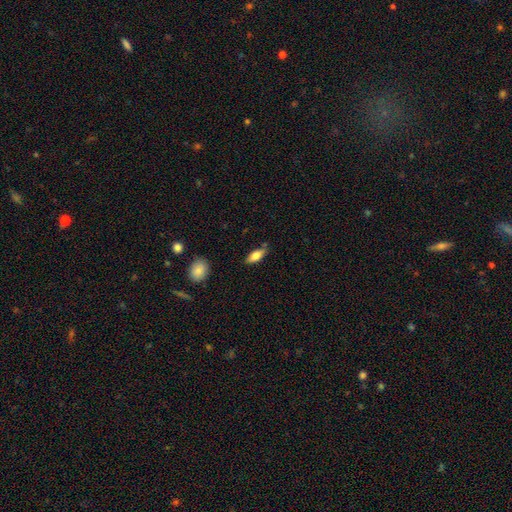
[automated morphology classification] The model was most divided on "merging": none: 75%, minor disturbance: 17%, merger: 4%, major disturbance: 3%. More confident: how rounded — in between (79%); smooth or featured — smooth (76%).